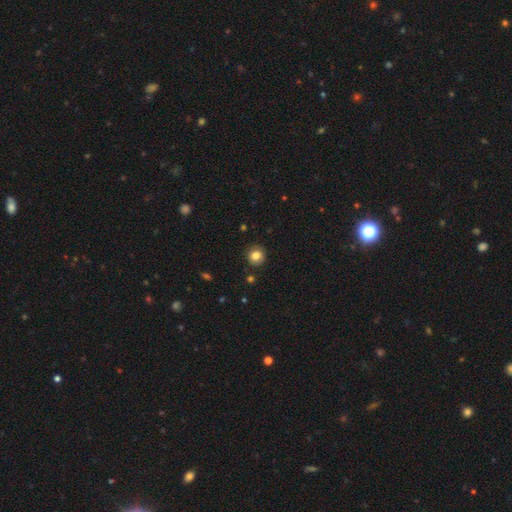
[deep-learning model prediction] Morphology: type=smooth (83%); roundness=round (89%); merging=none (89%).